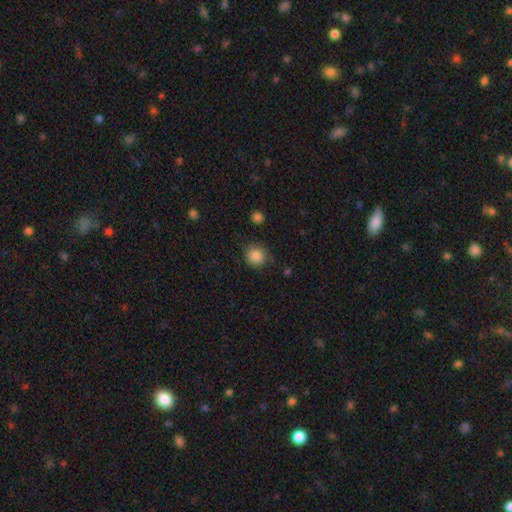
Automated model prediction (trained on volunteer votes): smooth_or_featured: smooth (p=0.87) [alt: star or artifact p=0.10]
how_rounded: round (p=0.89) [alt: in between p=0.10]
merging: none (p=0.83) [alt: minor disturbance p=0.12]